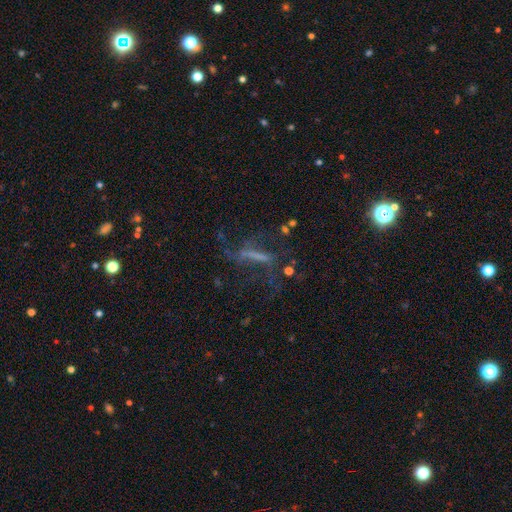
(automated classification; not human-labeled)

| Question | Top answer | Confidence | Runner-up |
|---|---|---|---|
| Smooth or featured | featured or disk | 55% | star or artifact (24%) |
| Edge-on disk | no | 75% | yes (25%) |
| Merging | none | 45% | major disturbance (34%) |